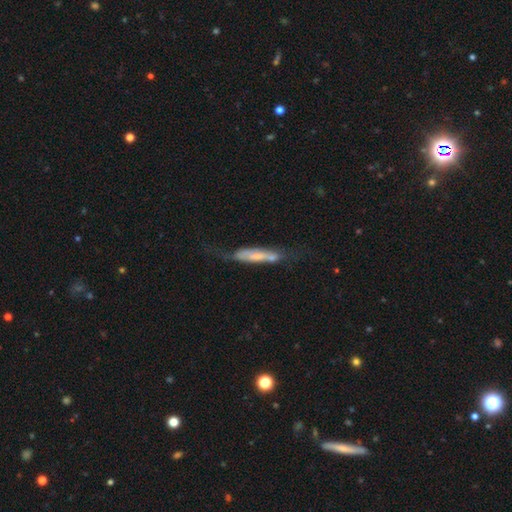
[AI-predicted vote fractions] The model was most divided on "smooth or featured": smooth: 48%, featured or disk: 45%, star or artifact: 7%. Remaining: merging — none (39%).